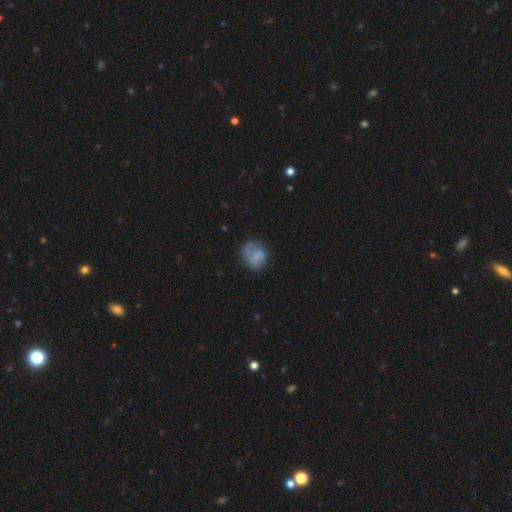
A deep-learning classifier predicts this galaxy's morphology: A smooth galaxy with no disk features (67%) that is round (65%). Merging: none (55%).